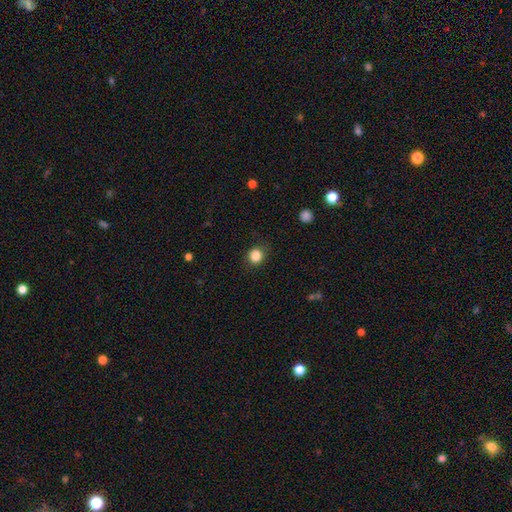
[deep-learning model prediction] Smooth or featured? Predicted: smooth (p=0.85). How rounded? Predicted: round (p=0.86). Merging? Predicted: none (p=0.87).